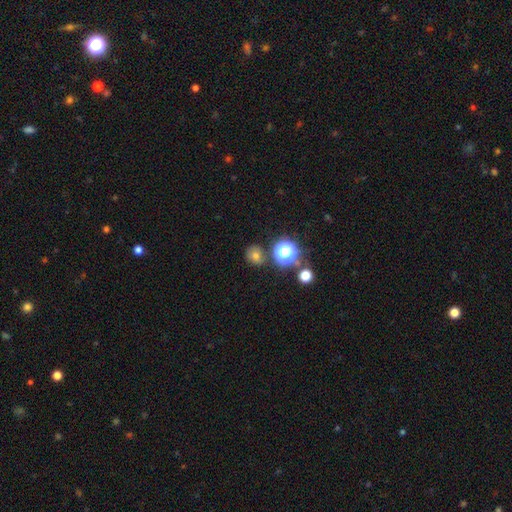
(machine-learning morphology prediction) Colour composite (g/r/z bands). It shows a smooth galaxy with no disk features (60%) that is round (80%). Merging: none (80%).